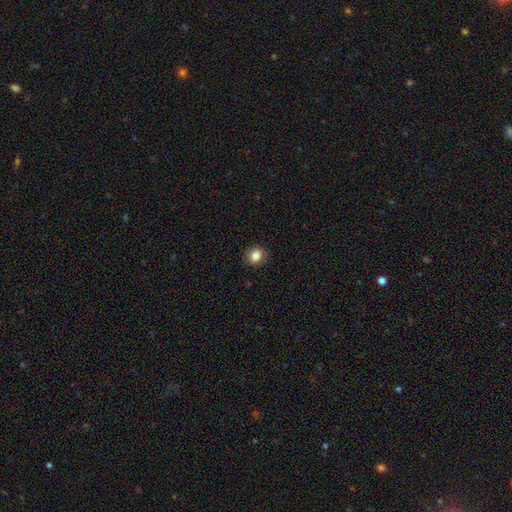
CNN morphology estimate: The model was most divided on "how rounded": round: 74%, in between: 25%, cigar-shaped: 1%. More confident: merging — none (87%); smooth or featured — smooth (85%).